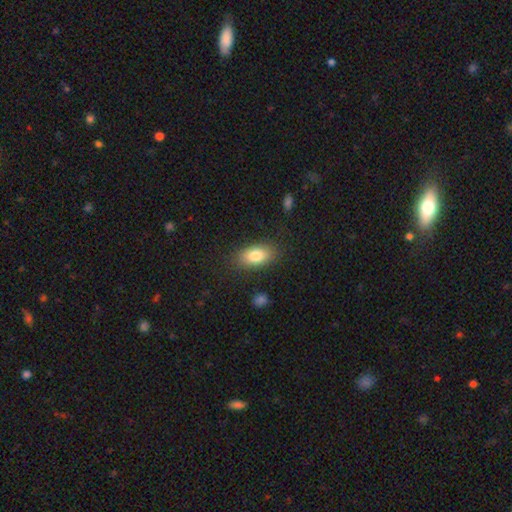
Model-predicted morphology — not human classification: smooth-or-featured: smooth: 81% | featured or disk: 11% | star or artifact: 7%
  how-rounded: in between: 89% | round: 6% | cigar-shaped: 4%
  merging: none: 84% | minor disturbance: 11% | major disturbance: 4% | merger: 2%